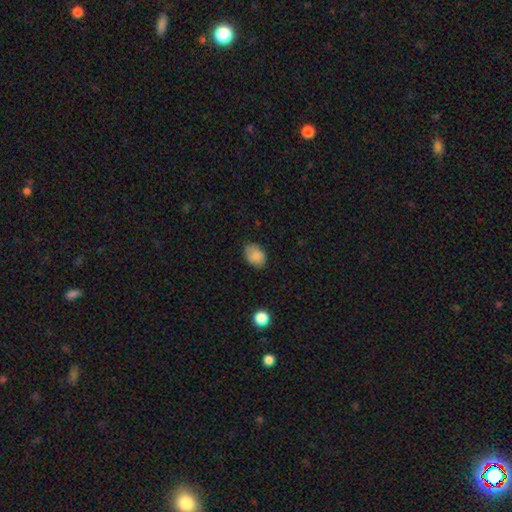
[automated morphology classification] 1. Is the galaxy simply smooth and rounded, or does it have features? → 85% smooth, 8% star or artifact, 6% featured or disk.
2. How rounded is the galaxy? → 73% in between, 26% round, 1% cigar-shaped.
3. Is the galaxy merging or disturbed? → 77% none, 18% minor disturbance, 4% major disturbance, 1% merger.